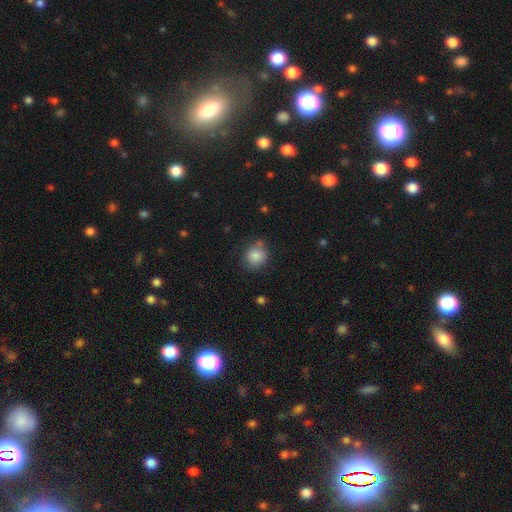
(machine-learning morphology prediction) The model was most divided on "merging": none: 72%, minor disturbance: 17%, merger: 6%, major disturbance: 5%. More confident: smooth or featured — smooth (85%); how rounded — round (81%).